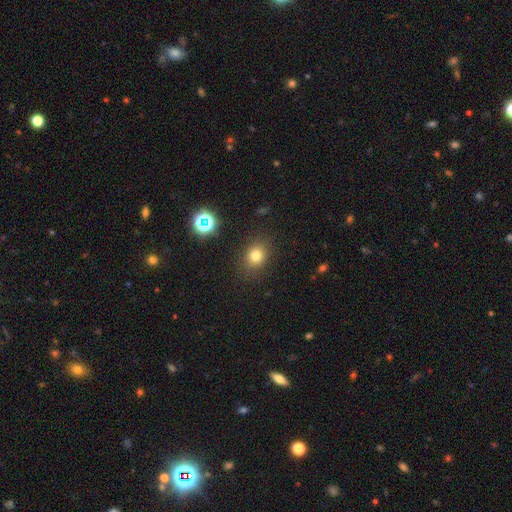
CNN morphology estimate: This appears to be a smooth galaxy with no disk features (76%) that is round (61%). Merging: none (85%).